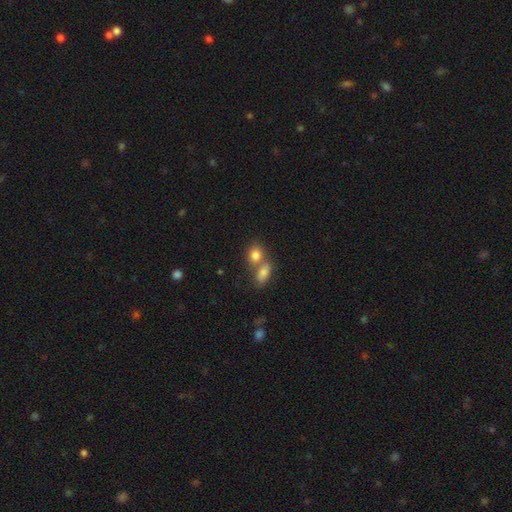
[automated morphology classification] smooth-or-featured: smooth: 81% | featured or disk: 10% | star or artifact: 9%
  how-rounded: in between: 54% | round: 43% | cigar-shaped: 2%
  merging: merger: 53% | none: 36% | minor disturbance: 8% | major disturbance: 3%